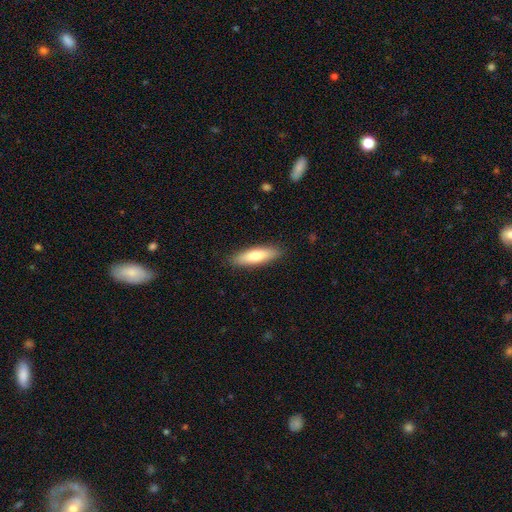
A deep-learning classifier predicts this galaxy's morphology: Smooth or featured: smooth — 73% (featured or disk — 21%)
How rounded: cigar-shaped — 61% (in between — 38%)
Merging: none — 89% (minor disturbance — 9%)